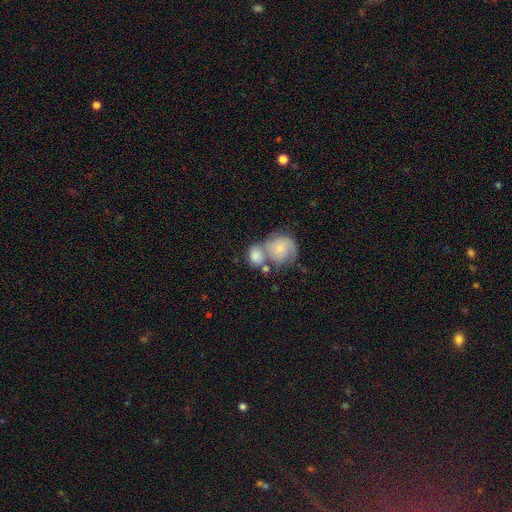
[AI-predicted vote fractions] The model was most divided on "how rounded": round: 56%, in between: 42%, cigar-shaped: 1%. More confident: smooth or featured — smooth (64%); merging — merger (52%).